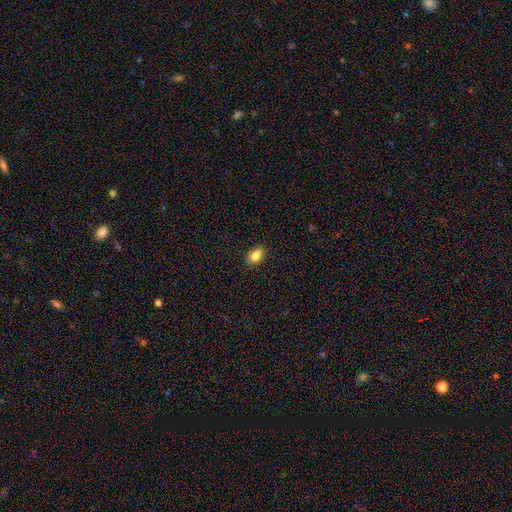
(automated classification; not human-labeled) Smooth or featured? smooth (84%)
How rounded? in between (81%)
Merging? none (89%)